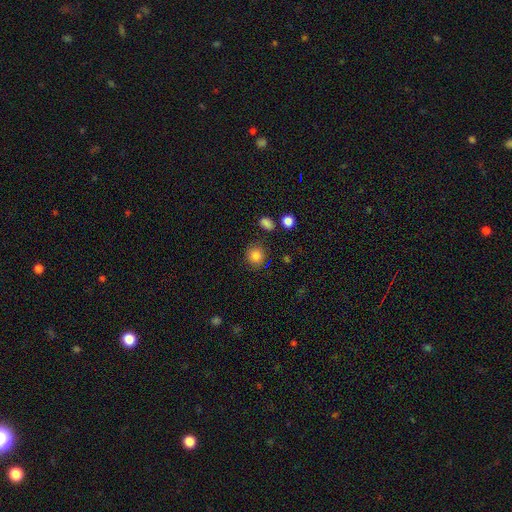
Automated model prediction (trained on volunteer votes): The model was most divided on "merging": none: 83%, minor disturbance: 11%, major disturbance: 3%, merger: 3%. More confident: how rounded — round (86%); smooth or featured — smooth (85%).